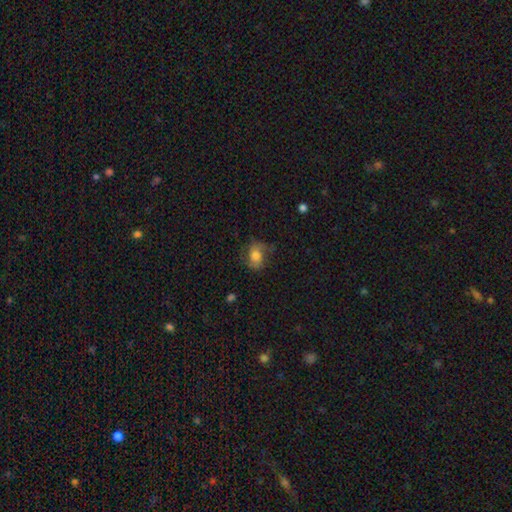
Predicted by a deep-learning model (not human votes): A smooth galaxy with no disk features (66%) that is in between round and cigar-shaped (55%). Merging: none (52%).